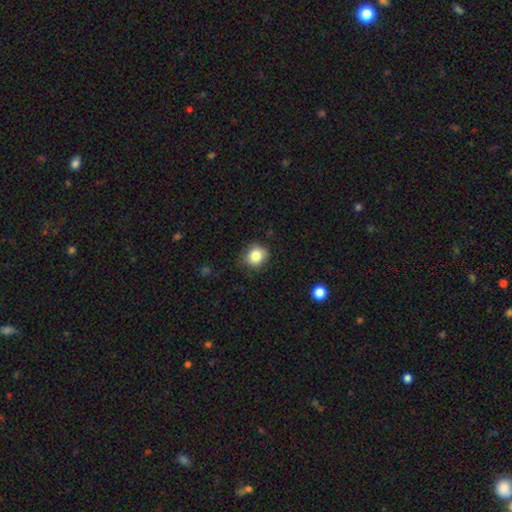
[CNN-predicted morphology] smooth_or_featured: smooth (p=0.84) [alt: star or artifact p=0.10]
how_rounded: round (p=0.76) [alt: in between p=0.23]
merging: none (p=0.78) [alt: minor disturbance p=0.17]